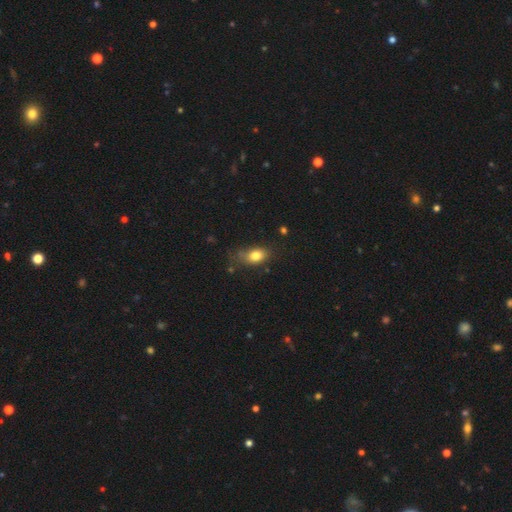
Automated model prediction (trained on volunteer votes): Smooth or featured: smooth — 80% (featured or disk — 10%)
How rounded: in between — 81% (round — 15%)
Merging: none — 60% (minor disturbance — 28%)